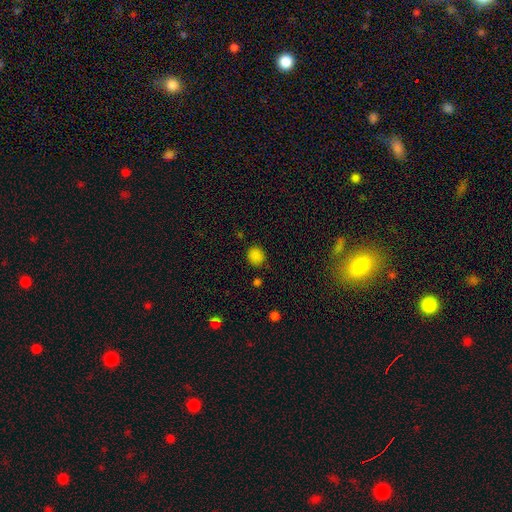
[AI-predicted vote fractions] A smooth galaxy with no disk features (83%) that is round (74%). Merging: none (81%).